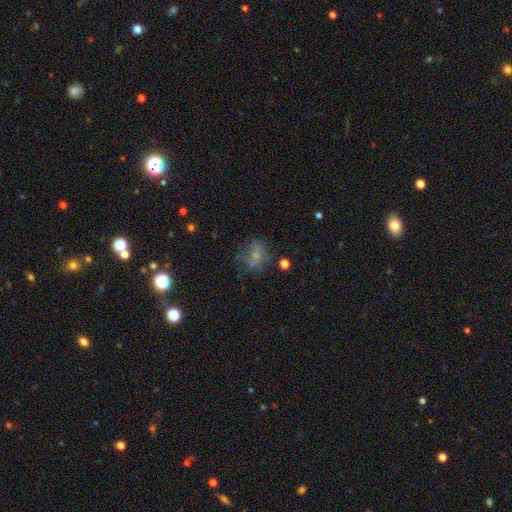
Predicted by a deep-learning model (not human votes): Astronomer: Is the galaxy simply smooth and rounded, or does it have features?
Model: smooth — 56%.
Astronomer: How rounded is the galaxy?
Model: round — 53% (runner-up: in between, 46%).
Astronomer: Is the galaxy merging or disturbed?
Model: none — 52%.